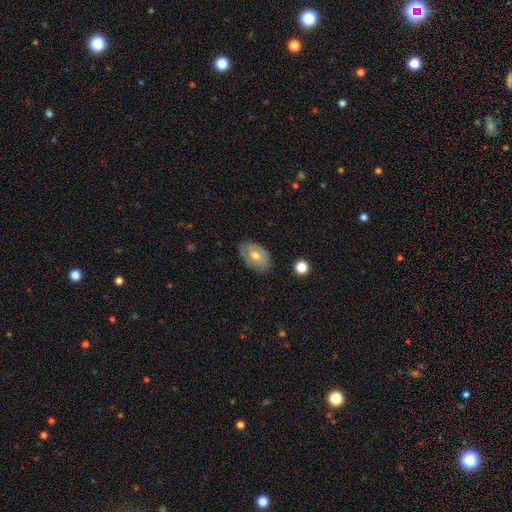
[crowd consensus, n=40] A smooth galaxy with no disk features (52%) that is in between round and cigar-shaped (86%).

Vote fractions:
- Smooth or featured? smooth: 52% / featured or disk: 42% / star or artifact: 5%
- How rounded? in between: 86% / round: 14% / cigar-shaped: 0%
- Merging? none: 89% / minor disturbance: 8% / major disturbance: 3% / merger: 0%